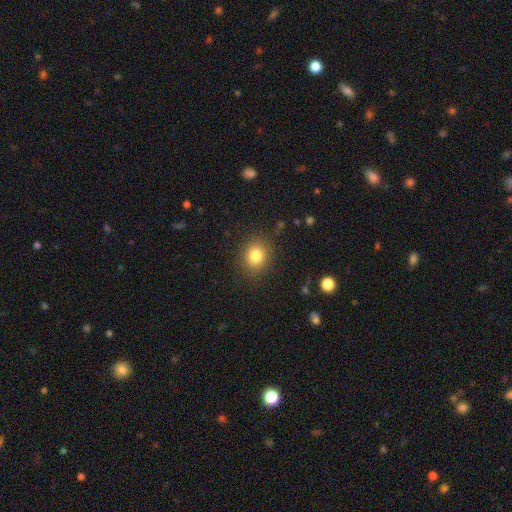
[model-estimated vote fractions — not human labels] smooth 82%, star or artifact 11%, featured or disk 7%. Down the decision tree: how rounded — round (73%); merging — none (87%).